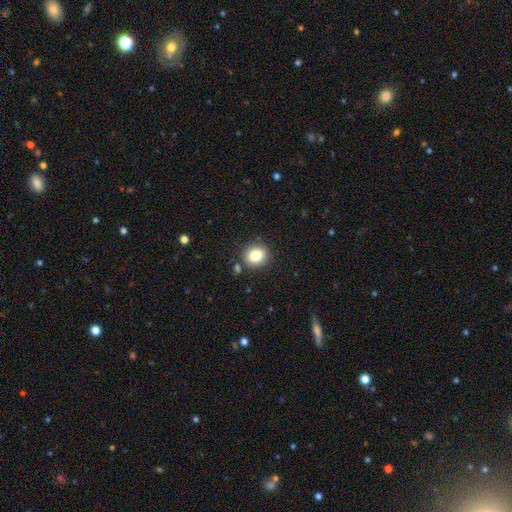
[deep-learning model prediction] The model was most divided on "how rounded": round: 75%, in between: 25%, cigar-shaped: 1%. More confident: merging — none (86%); smooth or featured — smooth (81%).